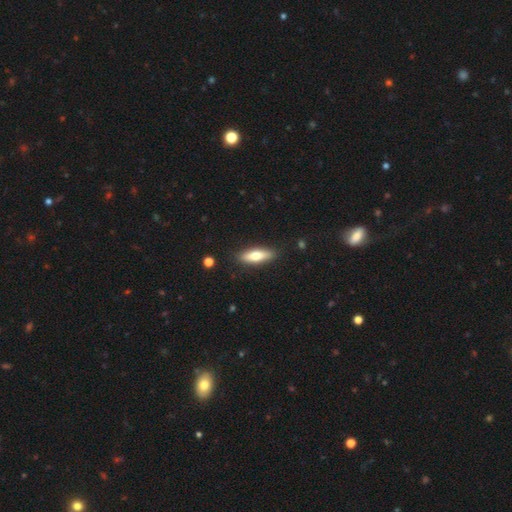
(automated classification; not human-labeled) Smooth or featured?
  - smooth: 69% *
  - featured or disk: 26%
  - star or artifact: 6%
How rounded?
  - in between: 49% * (tied)
  - cigar-shaped: 49% * (tied)
  - round: 2%
Merging?
  - none: 87% *
  - minor disturbance: 9%
  - major disturbance: 2%
  - merger: 1%